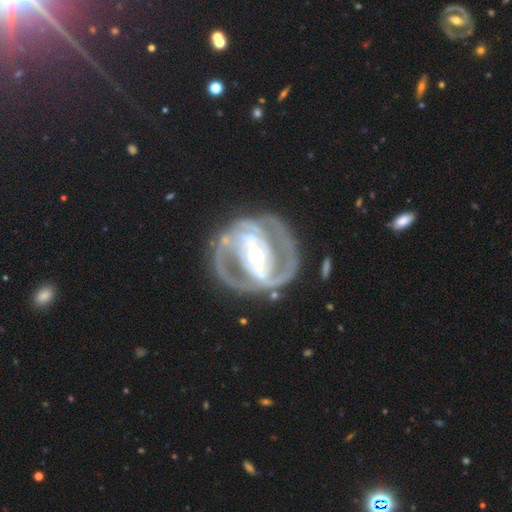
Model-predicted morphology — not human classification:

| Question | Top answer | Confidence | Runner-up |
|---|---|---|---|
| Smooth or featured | featured or disk | 91% | smooth (5%) |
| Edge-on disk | no | 97% | yes (3%) |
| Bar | strong | 67% | weak (23%) |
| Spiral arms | yes | 95% | no (5%) |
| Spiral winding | tight | 47% | medium (44%) |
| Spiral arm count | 2 | 77% | 3 (10%) |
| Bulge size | moderate | 63% | small (26%) |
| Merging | none | 73% | minor disturbance (15%) |